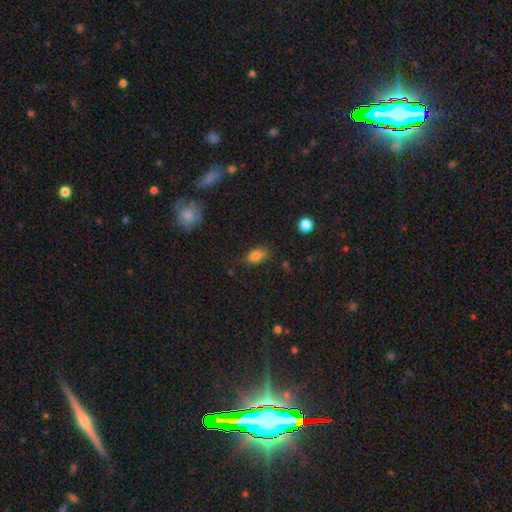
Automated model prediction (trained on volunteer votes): Smooth or featured: smooth — 83% (star or artifact — 11%)
How rounded: in between — 86% (round — 12%)
Merging: none — 73% (minor disturbance — 20%)